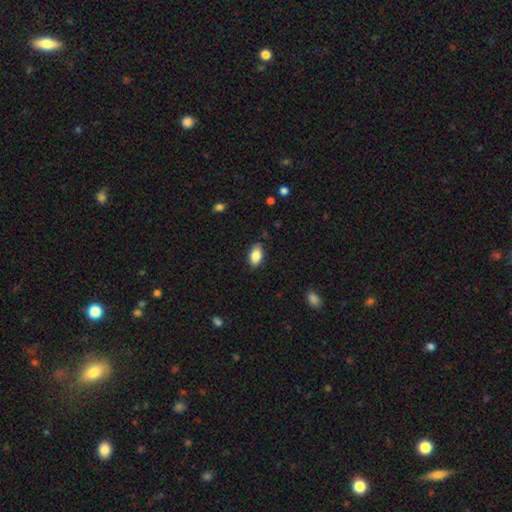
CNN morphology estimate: This appears to be a smooth galaxy with no disk features (85%) that is in between round and cigar-shaped (92%). Merging: none (84%).